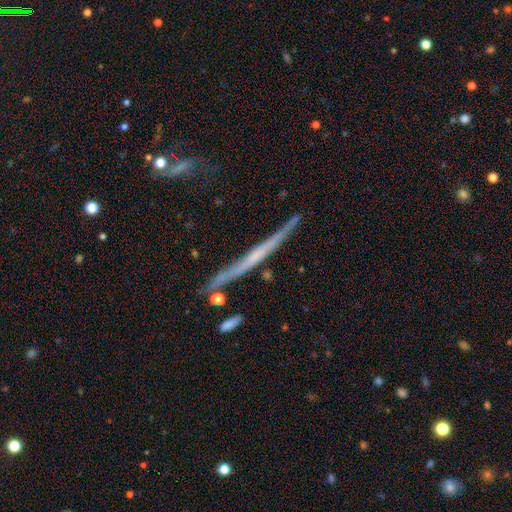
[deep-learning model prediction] This is likely a featured or disk galaxy (66%). It is clearly viewed edge-on (96%). Edge-on bulge: likely none (77%). Merging: likely none (78%).